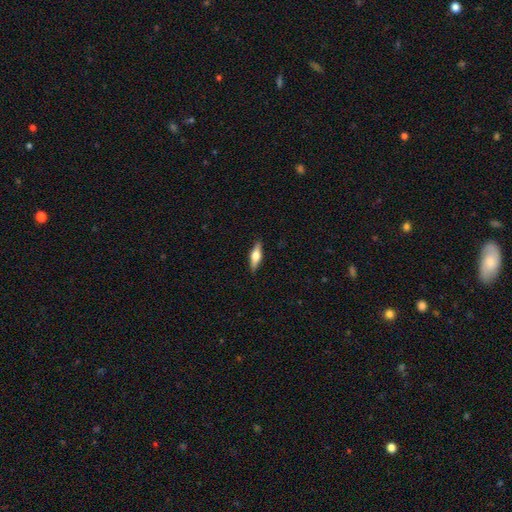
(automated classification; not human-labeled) This appears to be a featured or disk galaxy (52%) viewed edge-on (94%). Merging: none (89%).